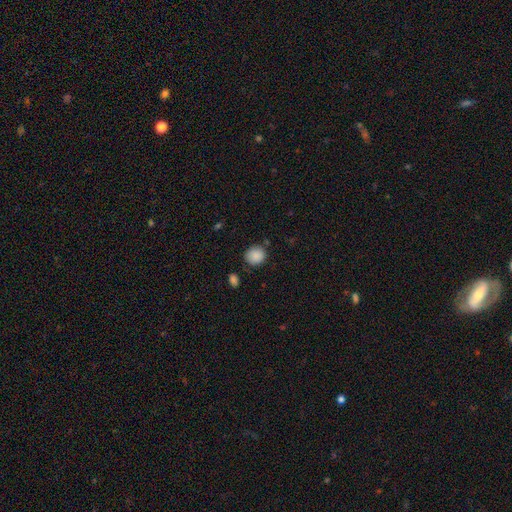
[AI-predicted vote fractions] smooth-or-featured: smooth: 88% | star or artifact: 9% | featured or disk: 3%
  how-rounded: round: 84% | in between: 16% | cigar-shaped: 1%
  merging: none: 79% | minor disturbance: 14% | merger: 4% | major disturbance: 3%